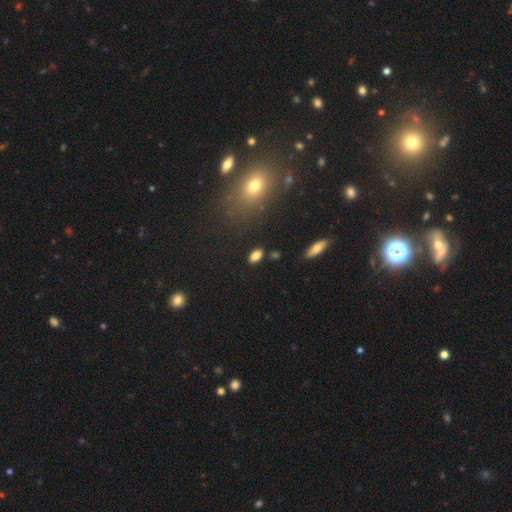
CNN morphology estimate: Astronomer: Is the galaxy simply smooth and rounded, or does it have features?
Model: smooth — 84%.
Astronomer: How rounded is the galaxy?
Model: in between — 88%.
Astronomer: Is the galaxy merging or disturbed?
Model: none — 84%.